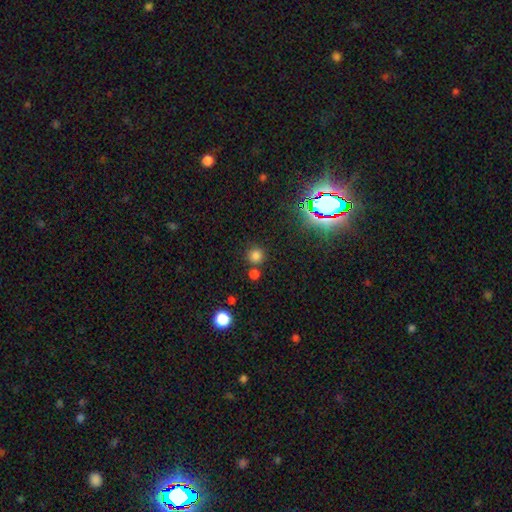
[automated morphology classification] A smooth galaxy with no disk features (76%) that is round (93%).

Vote fractions:
- Smooth or featured? smooth: 76% / star or artifact: 19% / featured or disk: 5%
- How rounded? round: 93% / in between: 6% / cigar-shaped: 1%
- Merging? none: 74% / merger: 15% / minor disturbance: 8% / major disturbance: 3%